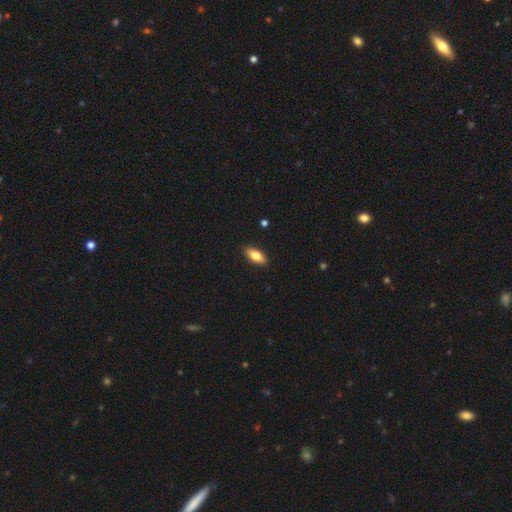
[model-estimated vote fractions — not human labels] Smooth or featured?
  - smooth: 77% *
  - featured or disk: 16%
  - star or artifact: 7%
How rounded?
  - in between: 80% *
  - cigar-shaped: 17%
  - round: 3%
Merging?
  - none: 89% *
  - minor disturbance: 8%
  - major disturbance: 2%
  - merger: 1%